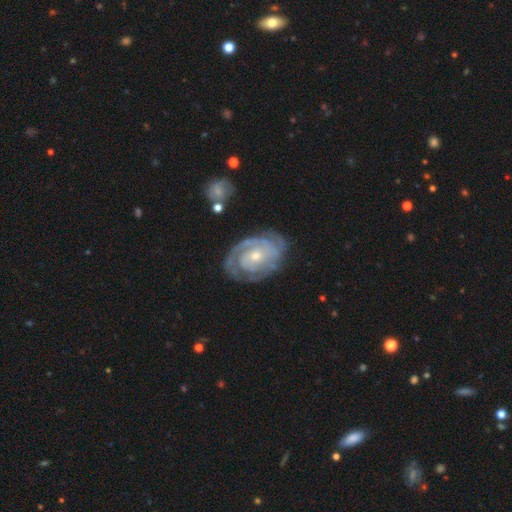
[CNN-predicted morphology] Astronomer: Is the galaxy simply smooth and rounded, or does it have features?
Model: featured or disk — 87%.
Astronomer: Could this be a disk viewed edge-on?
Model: no — 97%.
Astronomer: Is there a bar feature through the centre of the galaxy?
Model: no — 70%.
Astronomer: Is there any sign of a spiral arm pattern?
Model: yes — 96%.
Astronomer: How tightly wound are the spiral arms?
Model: tight — 78%.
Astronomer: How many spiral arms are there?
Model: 2 — 33% (runner-up: can't tell, 27%).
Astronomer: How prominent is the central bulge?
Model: small — 60% (runner-up: moderate, 36%).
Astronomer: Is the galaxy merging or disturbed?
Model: none — 74%.